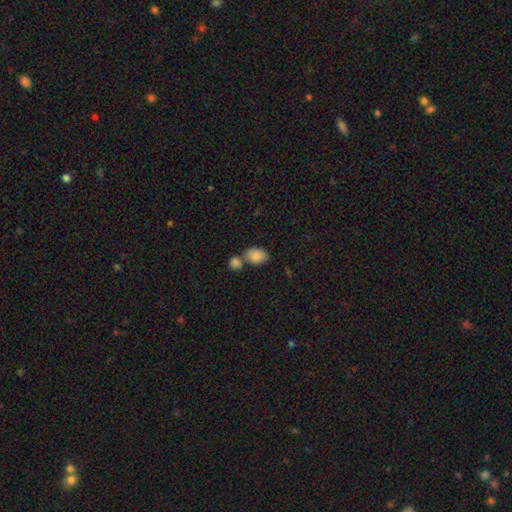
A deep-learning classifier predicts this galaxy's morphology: Smooth or featured?
  - smooth: 86% *
  - star or artifact: 8%
  - featured or disk: 6%
How rounded?
  - in between: 80% *
  - round: 18%
  - cigar-shaped: 1%
Merging?
  - none: 45% *
  - merger: 39%
  - minor disturbance: 12%
  - major disturbance: 4%